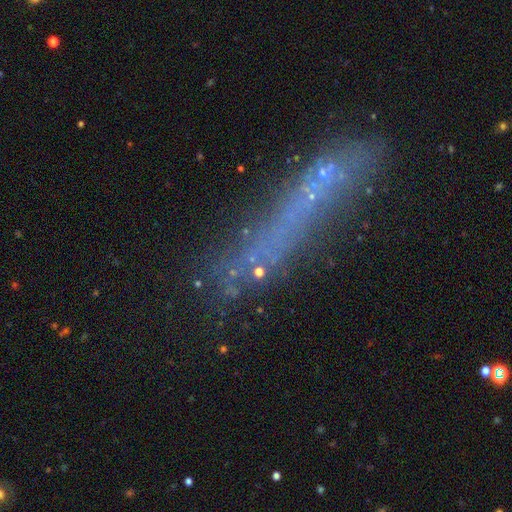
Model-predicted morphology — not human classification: This is marginally a featured or disk galaxy (36%). Merging: likely none (64%).